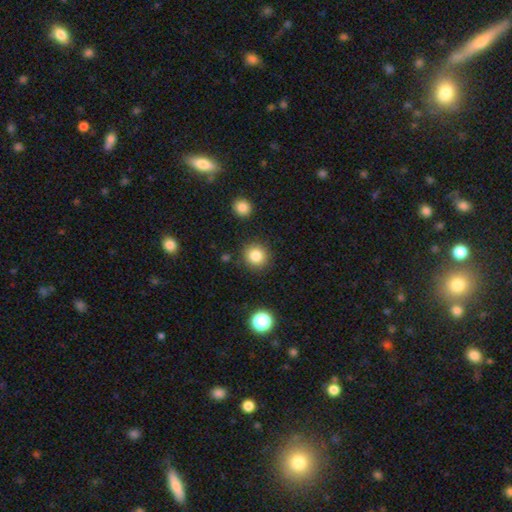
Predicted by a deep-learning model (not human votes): Overall: smooth (84%). How rounded: round (91%). Merging: none (88%).